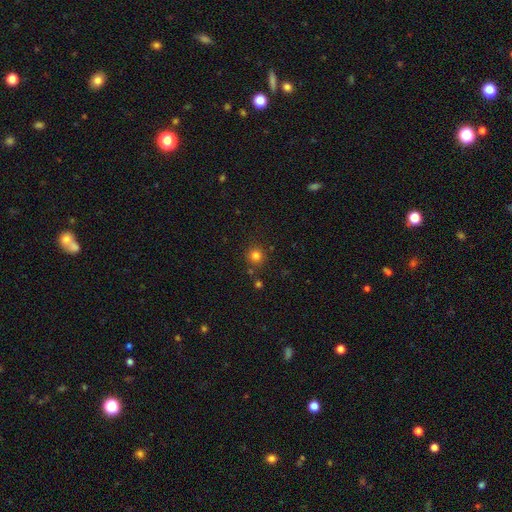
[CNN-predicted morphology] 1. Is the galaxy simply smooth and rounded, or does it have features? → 80% smooth, 15% star or artifact, 5% featured or disk.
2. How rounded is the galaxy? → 93% round, 6% in between, 1% cigar-shaped.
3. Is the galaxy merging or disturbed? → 83% none, 8% minor disturbance, 6% merger, 3% major disturbance.